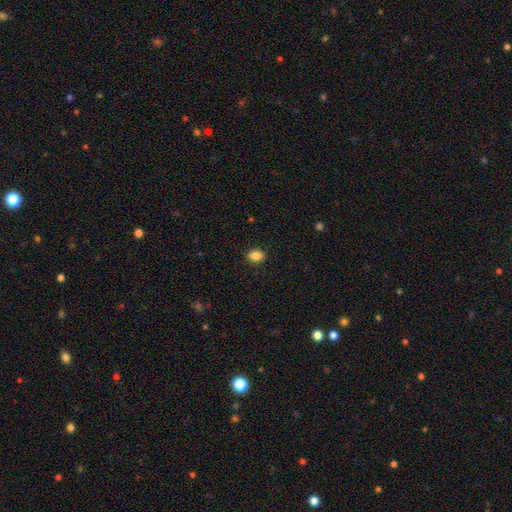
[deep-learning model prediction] A smooth galaxy with no disk features (88%) that is in between round and cigar-shaped (71%). Merging: none (90%).